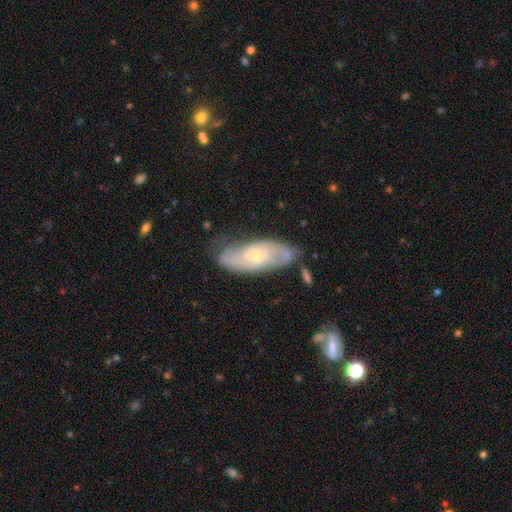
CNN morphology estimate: A featured or disk galaxy (72%) with no bar (69%), 2 (52%) tight (48%) spiral arms (84%) and a small central bulge (62%). Merging: none (59%).